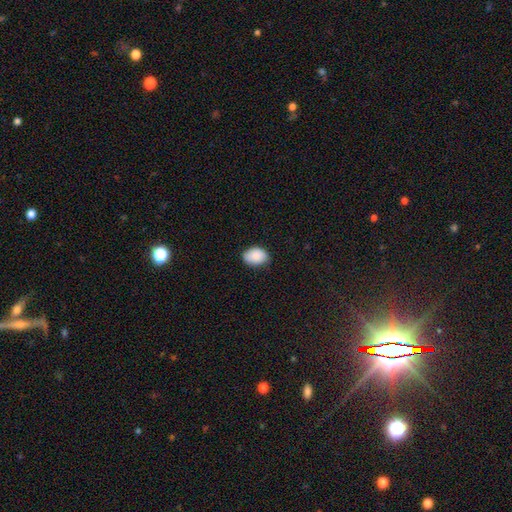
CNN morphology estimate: smooth 87%, star or artifact 7%, featured or disk 6%. Down the decision tree: how rounded — in between (79%); merging — none (76%).